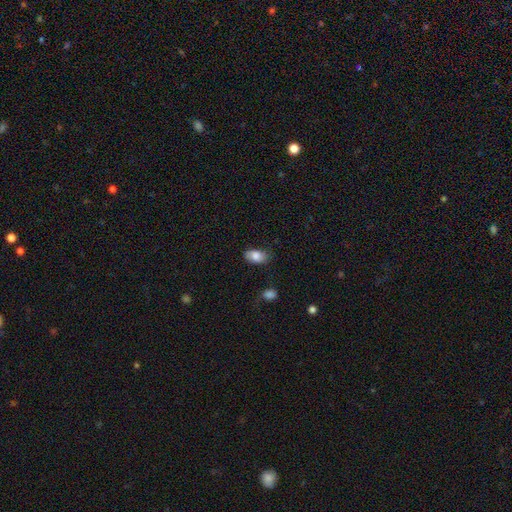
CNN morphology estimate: Q: Smooth or featured?
A: smooth (84%); runner-up: featured or disk (9%)
Q: How rounded?
A: in between (90%); runner-up: round (8%)
Q: Merging?
A: none (71%); runner-up: minor disturbance (22%)